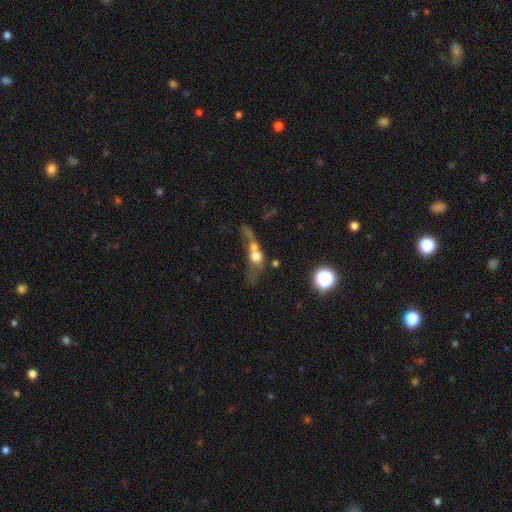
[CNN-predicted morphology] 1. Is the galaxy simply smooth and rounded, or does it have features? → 52% smooth, 35% featured or disk, 14% star or artifact.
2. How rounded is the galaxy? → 45% round, 38% in between, 18% cigar-shaped.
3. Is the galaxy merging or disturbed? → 61% merger, 16% major disturbance, 15% none, 8% minor disturbance.